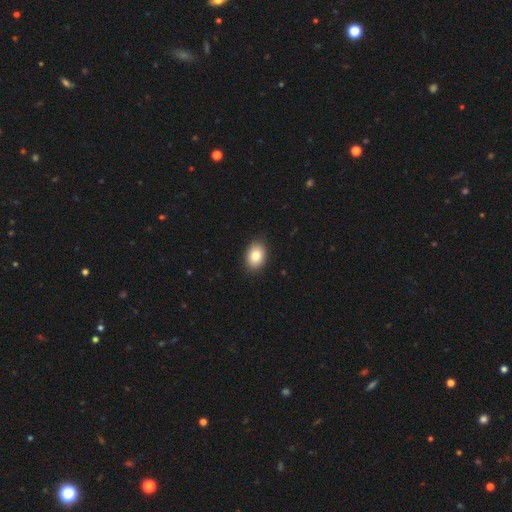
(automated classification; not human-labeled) A smooth galaxy with no disk features (82%) that is in between round and cigar-shaped (77%). Merging: none (90%).